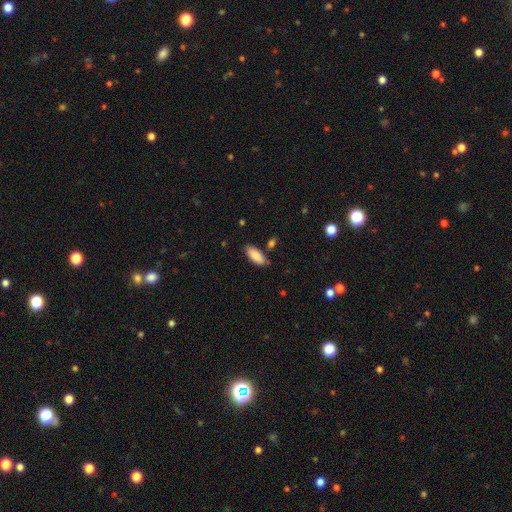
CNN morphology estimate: smooth_or_featured: smooth (p=0.87) [alt: featured or disk p=0.07]
how_rounded: in between (p=0.84) [alt: cigar-shaped p=0.14]
merging: none (p=0.81) [alt: minor disturbance p=0.12]